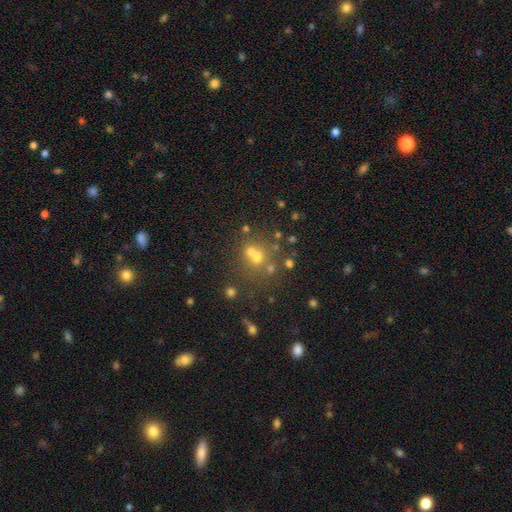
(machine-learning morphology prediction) Smooth or featured: smooth — 51% (star or artifact — 29%)
How rounded: round — 83% (in between — 16%)
Merging: none — 49% (merger — 38%)